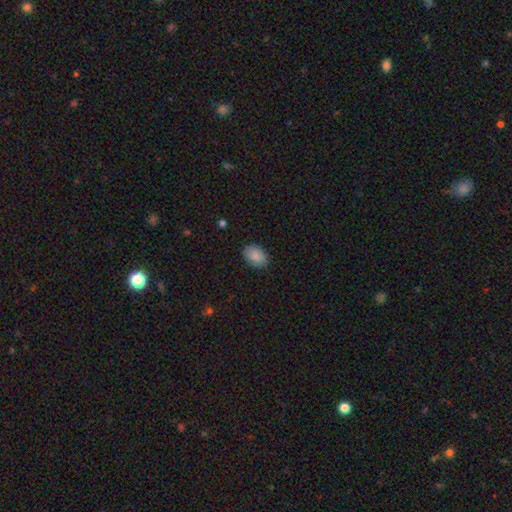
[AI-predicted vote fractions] smooth-or-featured: smooth: 88% | star or artifact: 7% | featured or disk: 5%
  how-rounded: in between: 79% | round: 20% | cigar-shaped: 1%
  merging: none: 85% | minor disturbance: 11% | major disturbance: 3% | merger: 1%